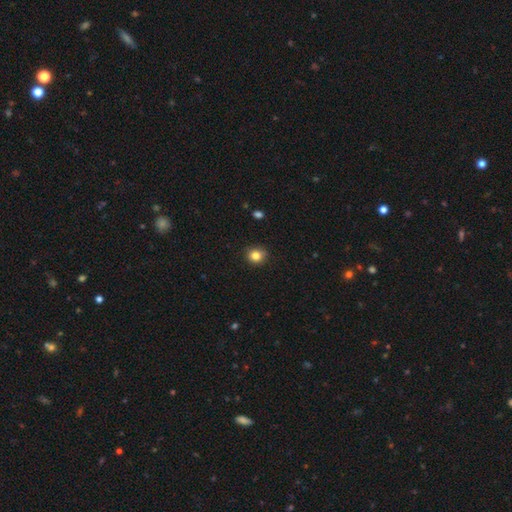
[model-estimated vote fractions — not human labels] smooth 83%, star or artifact 11%, featured or disk 6%. Down the decision tree: how rounded — round (81%); merging — none (85%).